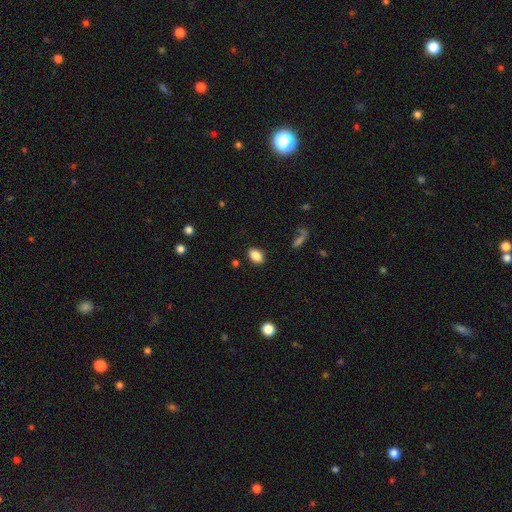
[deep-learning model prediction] A smooth galaxy with no disk features (86%) that is in between round and cigar-shaped (85%).

Vote fractions:
- Smooth or featured? smooth: 86% / star or artifact: 8% / featured or disk: 5%
- How rounded? in between: 85% / round: 13% / cigar-shaped: 2%
- Merging? none: 87% / minor disturbance: 9% / major disturbance: 3% / merger: 2%